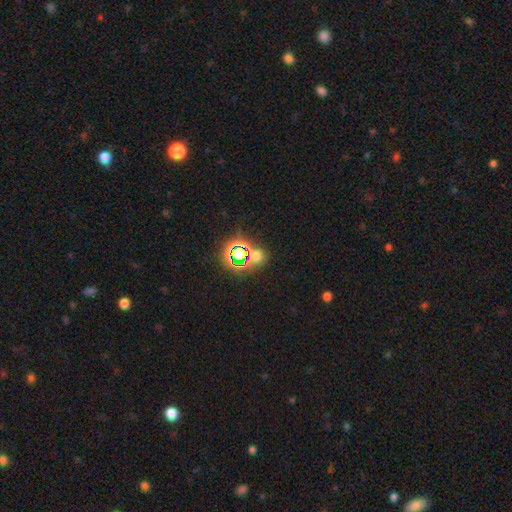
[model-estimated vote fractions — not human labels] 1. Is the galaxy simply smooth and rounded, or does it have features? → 53% star or artifact, 39% smooth, 8% featured or disk.